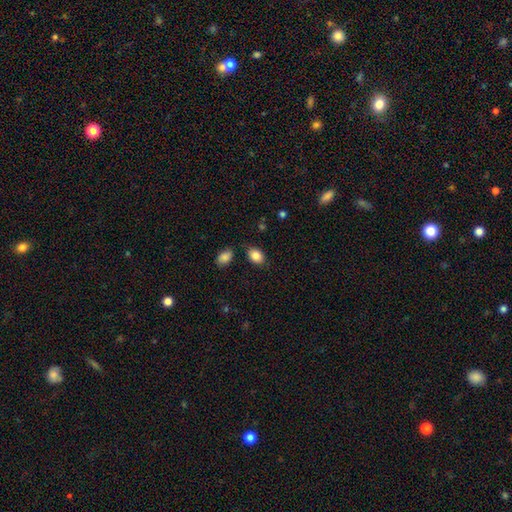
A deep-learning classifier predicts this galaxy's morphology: smooth-or-featured: smooth: 86% | star or artifact: 8% | featured or disk: 6%
  how-rounded: in between: 78% | round: 21% | cigar-shaped: 1%
  merging: none: 79% | minor disturbance: 13% | merger: 4% | major disturbance: 3%